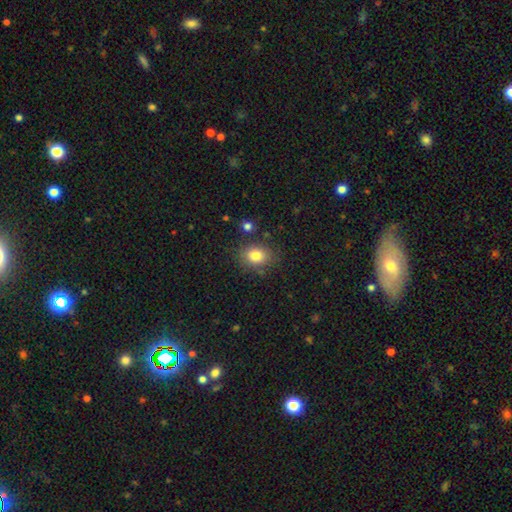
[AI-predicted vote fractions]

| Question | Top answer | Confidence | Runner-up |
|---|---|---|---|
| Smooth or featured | smooth | 81% | star or artifact (11%) |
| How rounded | in between | 51% | round (48%) |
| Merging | none | 79% | minor disturbance (13%) |